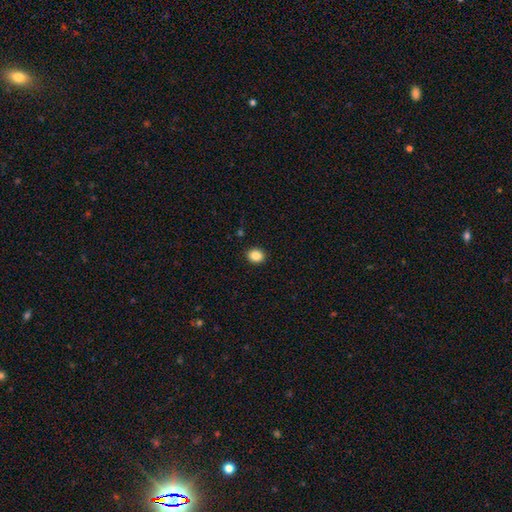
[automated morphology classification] type=smooth (86%); roundness=round (70%); merging=none (92%).